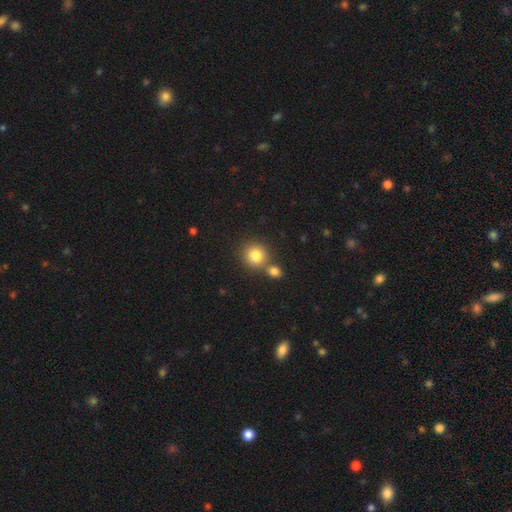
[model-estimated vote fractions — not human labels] A smooth galaxy with no disk features (82%) that is round (88%).

Vote fractions:
- Smooth or featured? smooth: 82% / star or artifact: 10% / featured or disk: 8%
- How rounded? round: 88% / in between: 11% / cigar-shaped: 1%
- Merging? none: 59% / merger: 30% / minor disturbance: 9% / major disturbance: 3%